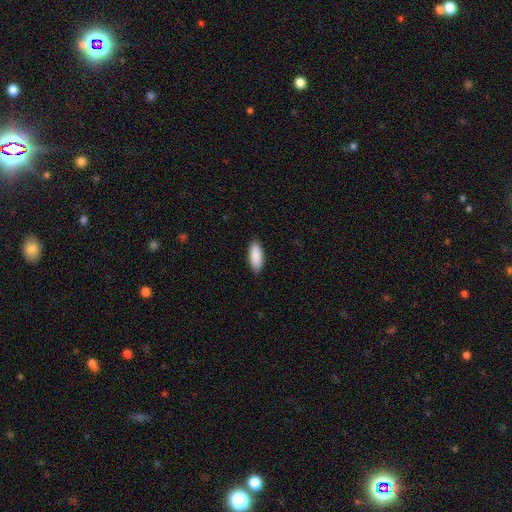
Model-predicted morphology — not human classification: A smooth galaxy with no disk features (90%) that is in between round and cigar-shaped (80%).

Vote fractions:
- Smooth or featured? smooth: 90% / star or artifact: 6% / featured or disk: 4%
- How rounded? in between: 80% / cigar-shaped: 18% / round: 2%
- Merging? none: 89% / minor disturbance: 8% / major disturbance: 2% / merger: 1%